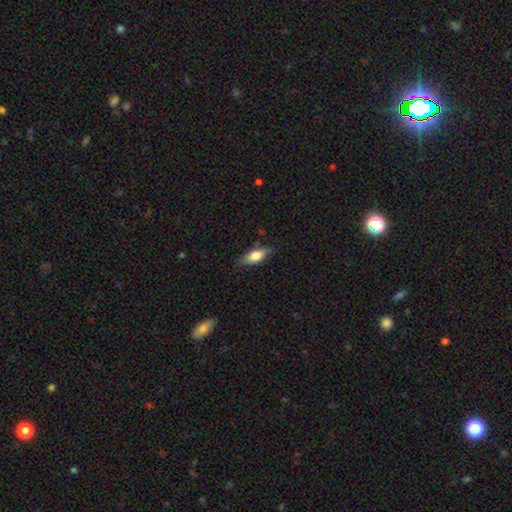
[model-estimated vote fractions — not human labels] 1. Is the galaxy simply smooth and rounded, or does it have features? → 73% smooth, 21% featured or disk, 7% star or artifact.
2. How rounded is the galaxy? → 73% in between, 24% cigar-shaped, 3% round.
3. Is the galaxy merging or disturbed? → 80% none, 16% minor disturbance, 3% major disturbance, 1% merger.